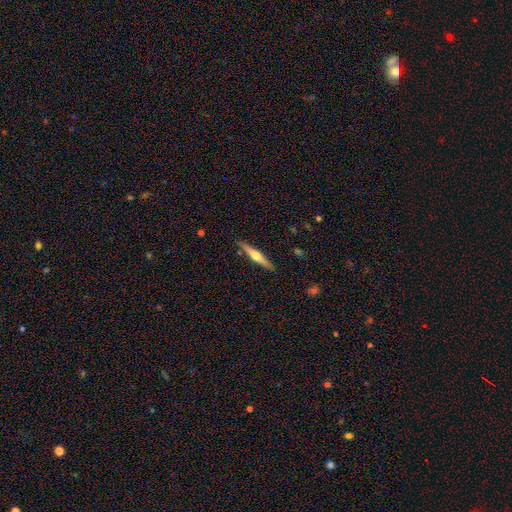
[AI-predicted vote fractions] The model was most divided on "smooth or featured": featured or disk: 59%, smooth: 35%, star or artifact: 6%. More confident: edge-on disk — yes (97%); edge-on bulge — rounded (89%); merging — none (89%).